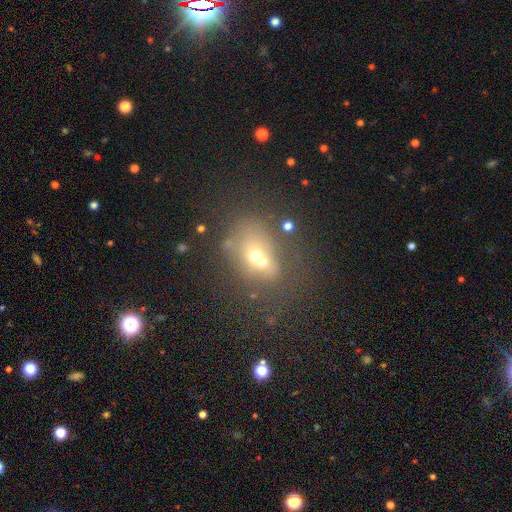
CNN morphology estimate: smooth_or_featured: smooth (p=0.49) [alt: featured or disk p=0.27]
merging: none (p=0.37) [tied with: merger p=0.37]